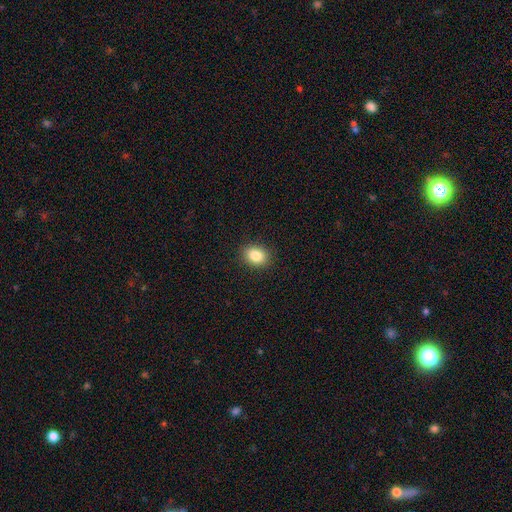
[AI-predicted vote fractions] A smooth galaxy with no disk features (85%) that is in between round and cigar-shaped (65%). Merging: none (89%).